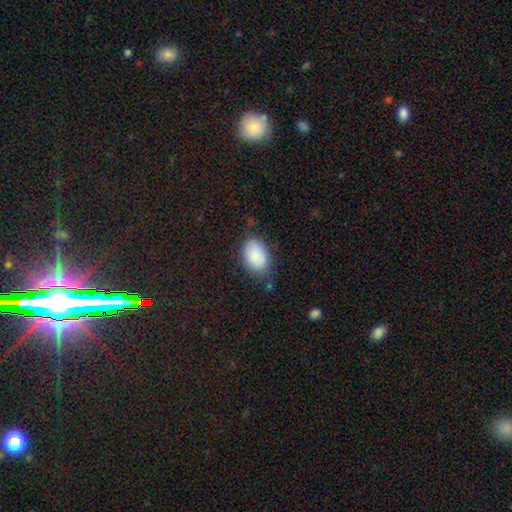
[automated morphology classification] Smooth or featured: smooth — 88% (star or artifact — 7%)
How rounded: in between — 87% (round — 12%)
Merging: none — 73% (minor disturbance — 20%)